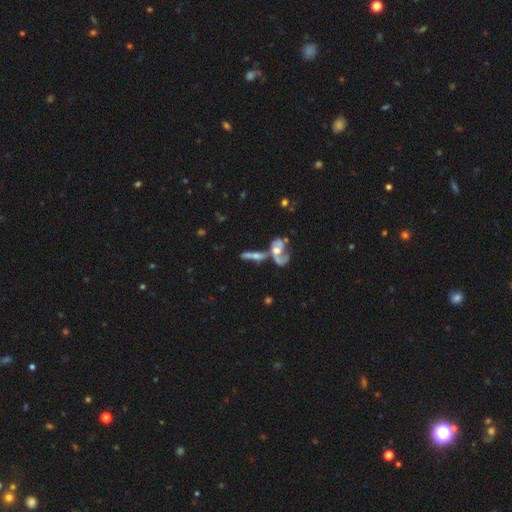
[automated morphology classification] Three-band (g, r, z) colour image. It shows a featured or disk galaxy (60%). Merging: merger (57%).